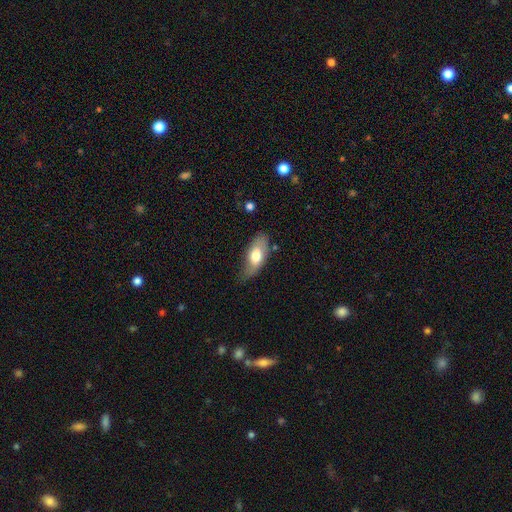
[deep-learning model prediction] smooth_or_featured: smooth (p=0.67) [alt: featured or disk p=0.27]
how_rounded: in between (p=0.86) [alt: cigar-shaped p=0.11]
merging: none (p=0.54) [alt: minor disturbance p=0.34]